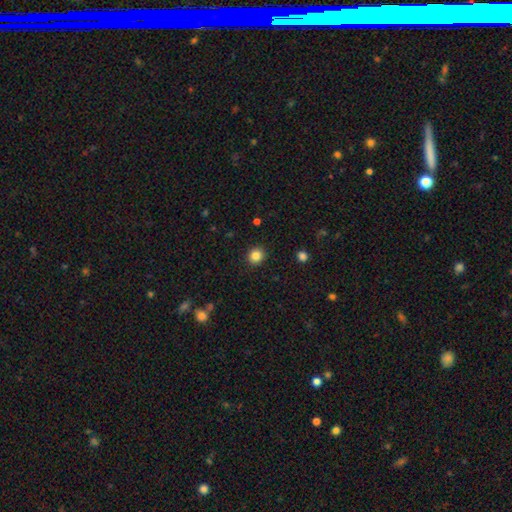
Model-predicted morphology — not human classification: Smooth or featured: smooth — 85% (star or artifact — 11%)
How rounded: round — 86% (in between — 13%)
Merging: none — 91% (minor disturbance — 6%)